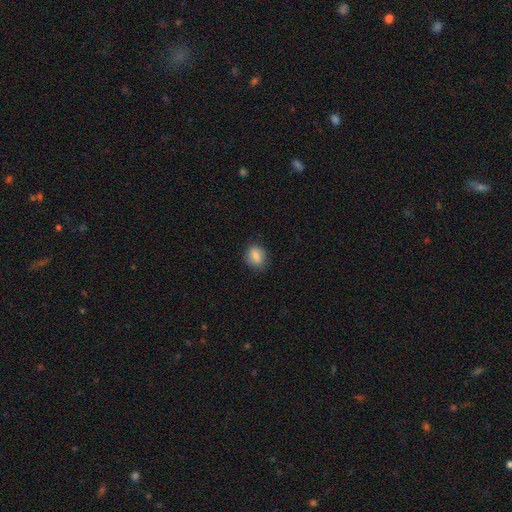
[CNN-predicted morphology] Smooth or featured? smooth (83%)
How rounded? round (56%)
Merging? none (81%)